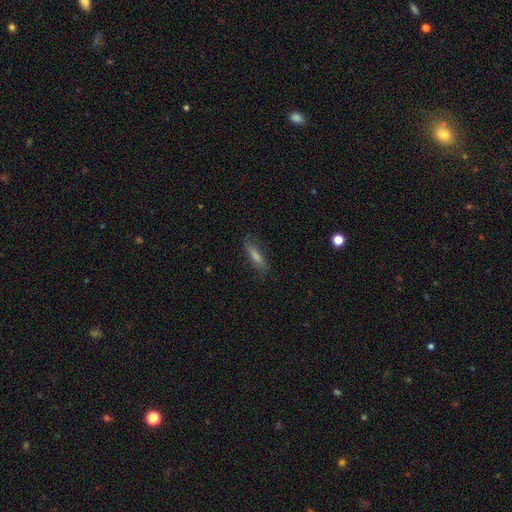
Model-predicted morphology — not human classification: smooth 59%, featured or disk 29%, star or artifact 12%. Down the decision tree: how rounded — cigar-shaped (73%); merging — none (78%).